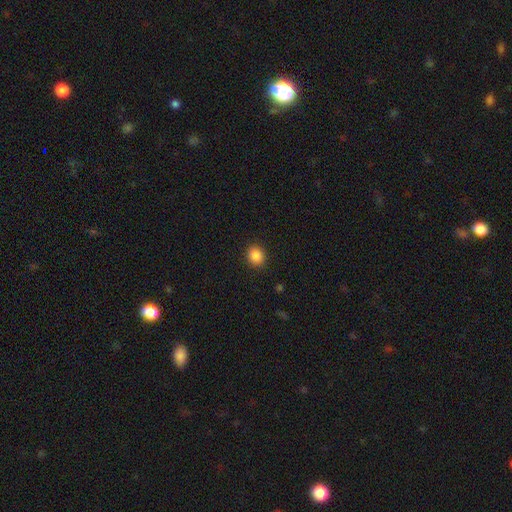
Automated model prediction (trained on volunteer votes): This appears to be a smooth galaxy with no disk features (87%) that is round (77%). Merging: none (90%).